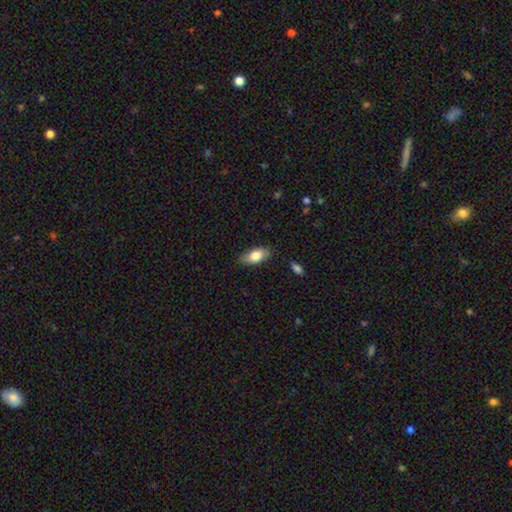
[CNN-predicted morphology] The model was most divided on "smooth or featured": smooth: 81%, featured or disk: 13%, star or artifact: 6%. More confident: how rounded — in between (90%); merging — none (82%).